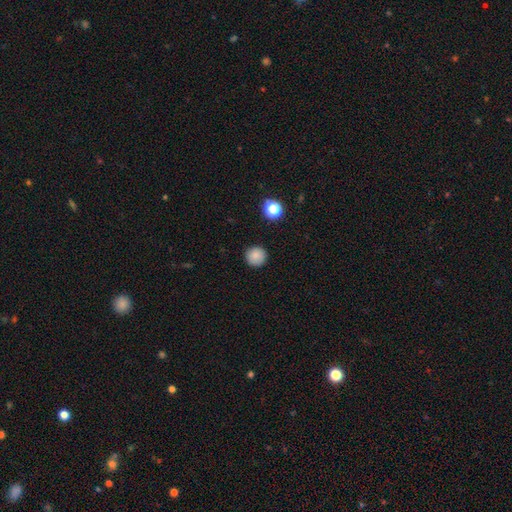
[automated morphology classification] Overall: smooth (85%). How rounded: round (95%). Merging: none (92%).